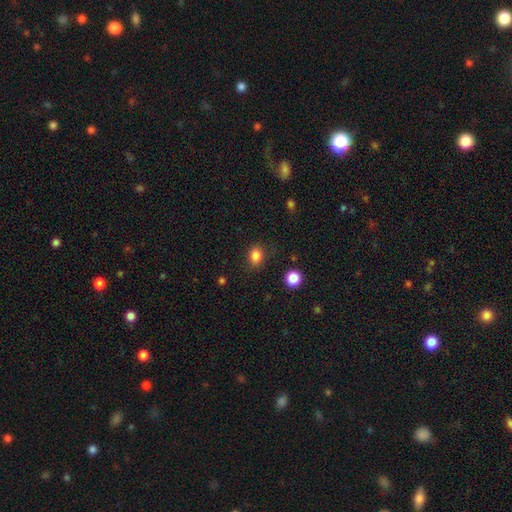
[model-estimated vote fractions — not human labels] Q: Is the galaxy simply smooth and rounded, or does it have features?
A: smooth — 84%.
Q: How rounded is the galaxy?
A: in between — 52%.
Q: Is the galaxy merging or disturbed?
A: none — 81%.